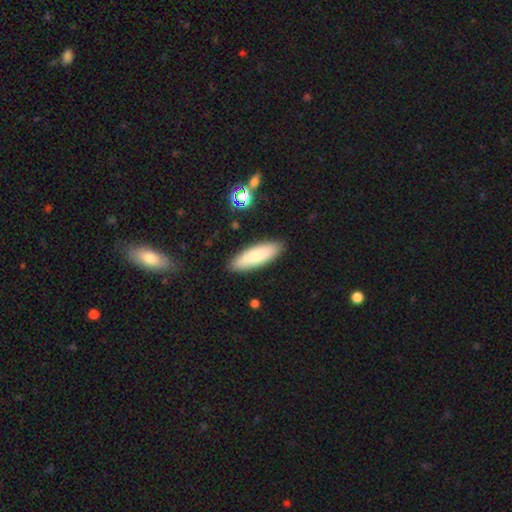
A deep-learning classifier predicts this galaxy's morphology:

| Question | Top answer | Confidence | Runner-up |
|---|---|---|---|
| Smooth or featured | smooth | 79% | featured or disk (15%) |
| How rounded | in between | 52% | cigar-shaped (46%) |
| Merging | none | 88% | minor disturbance (8%) |